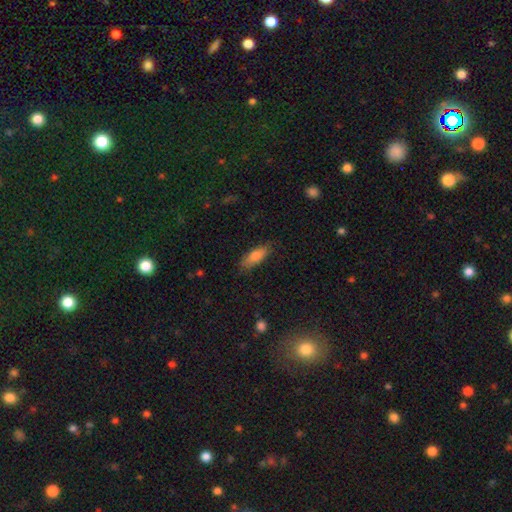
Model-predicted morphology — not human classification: smooth-or-featured: smooth: 79% | featured or disk: 14% | star or artifact: 7%
  how-rounded: in between: 63% | cigar-shaped: 35% | round: 2%
  merging: none: 80% | minor disturbance: 16% | major disturbance: 3% | merger: 1%